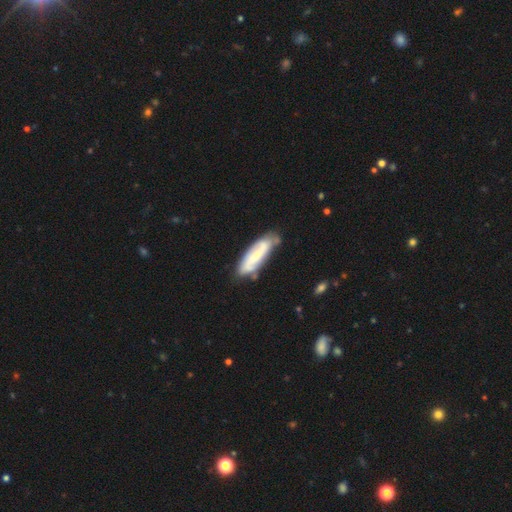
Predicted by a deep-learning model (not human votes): Smooth or featured?
  - featured or disk: 49% *
  - smooth: 45%
  - star or artifact: 6%
Merging?
  - none: 65% *
  - minor disturbance: 24%
  - major disturbance: 6%
  - merger: 5%